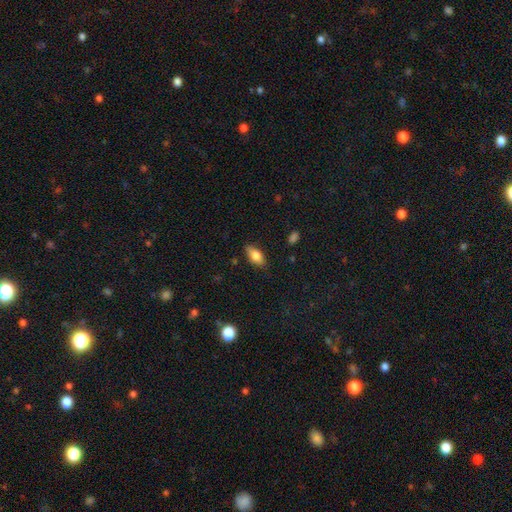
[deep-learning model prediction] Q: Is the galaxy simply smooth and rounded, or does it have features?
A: smooth — 77%.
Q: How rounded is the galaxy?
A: in between — 86%.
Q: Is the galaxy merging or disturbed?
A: none — 85%.